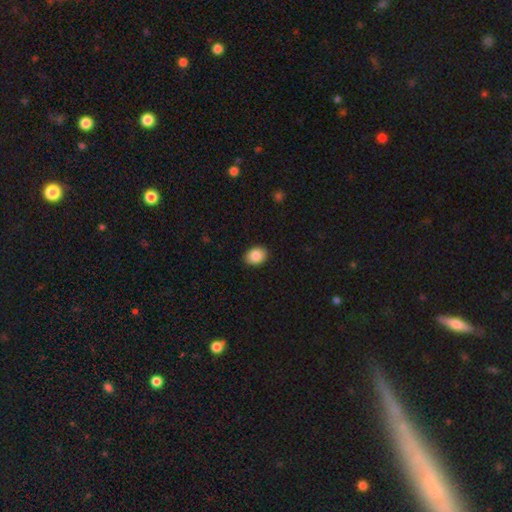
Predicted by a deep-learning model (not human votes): The model was most divided on "how rounded": in between: 63%, round: 36%, cigar-shaped: 1%. More confident: merging — none (88%); smooth or featured — smooth (87%).